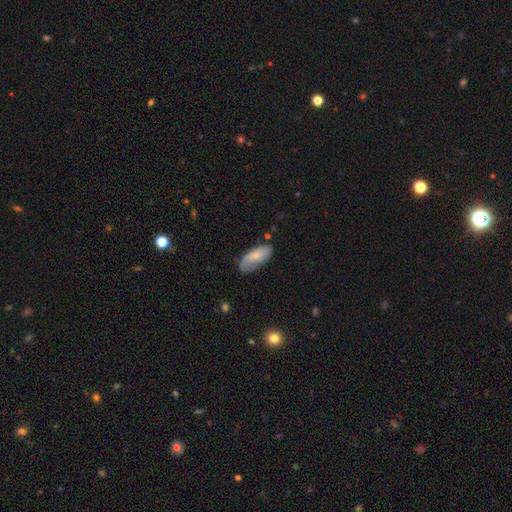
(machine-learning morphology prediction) Smooth or featured? smooth (75%)
How rounded? in between (87%)
Merging? none (59%)